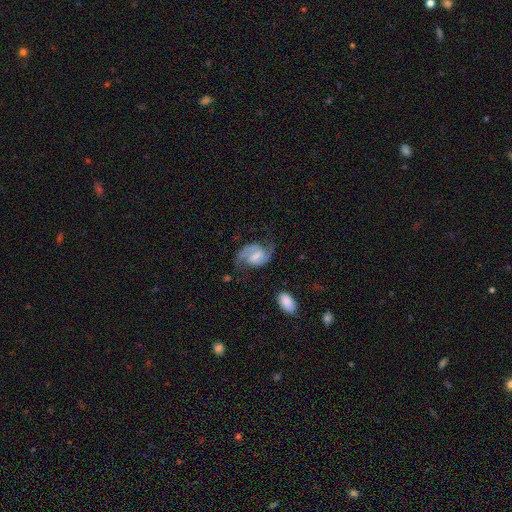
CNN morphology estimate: featured or disk 84%, smooth 10%, star or artifact 6%. Down the decision tree: edge-on disk — no (98%); bar — weak (54%); spiral arms — yes (96%); spiral arm count — 2 (92%); spiral winding — medium (54%); bulge size — small (37%); merging — none (69%).